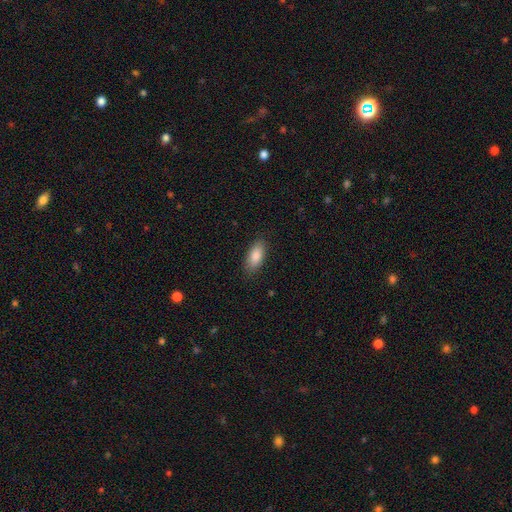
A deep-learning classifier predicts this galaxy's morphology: This appears to be a smooth galaxy with no disk features (86%) that is in between round and cigar-shaped (87%). Merging: none (86%).